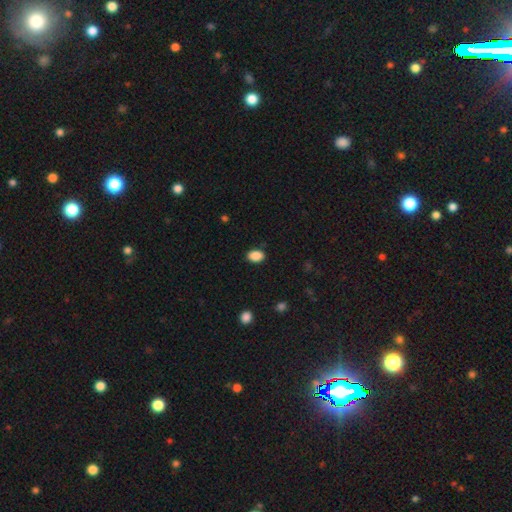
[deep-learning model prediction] A smooth galaxy with no disk features (89%) that is in between round and cigar-shaped (84%).

Vote fractions:
- Smooth or featured? smooth: 89% / star or artifact: 8% / featured or disk: 3%
- How rounded? in between: 84% / round: 15% / cigar-shaped: 1%
- Merging? none: 87% / minor disturbance: 10% / major disturbance: 2% / merger: 1%